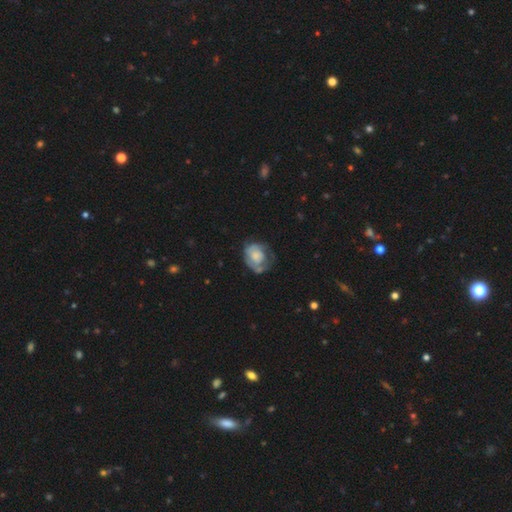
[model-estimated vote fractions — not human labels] This appears to be a featured or disk galaxy (48%). Merging: none (40%).